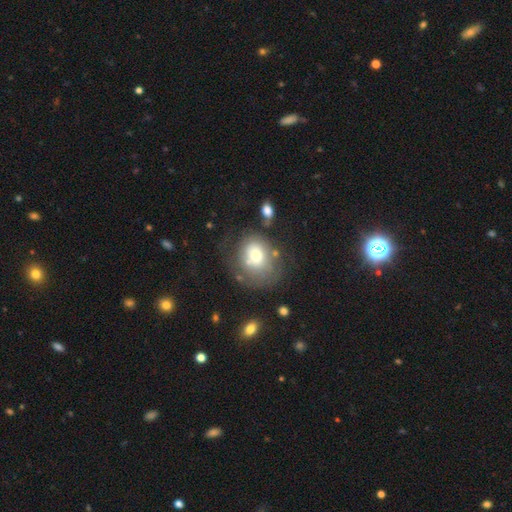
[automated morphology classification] type=smooth (64%); roundness=round (60%); merging=none (50%).